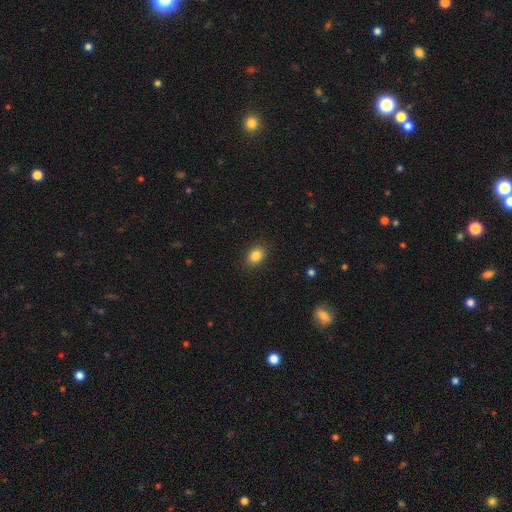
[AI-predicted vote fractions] The model was most divided on "how rounded": in between: 64%, round: 35%, cigar-shaped: 1%. More confident: merging — none (88%); smooth or featured — smooth (85%).